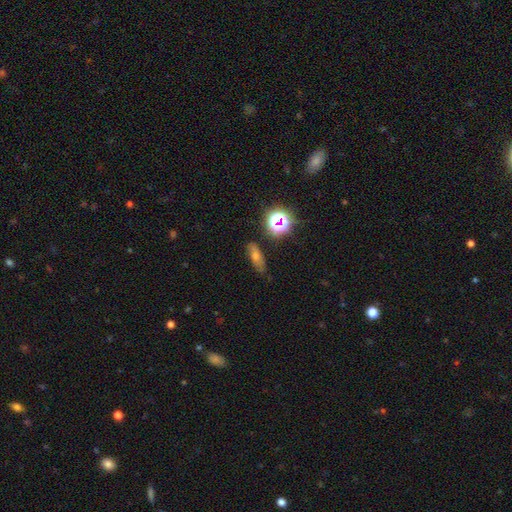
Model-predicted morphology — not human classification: Overall: smooth (42%; star or artifact 34%). Merging: none (78%).